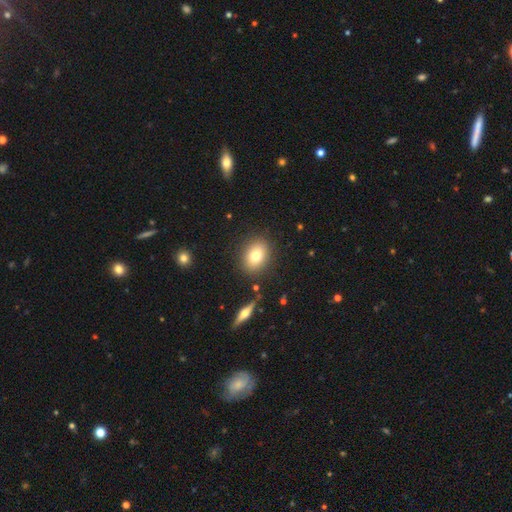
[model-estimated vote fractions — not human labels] Smooth or featured: smooth — 75% (featured or disk — 14%)
How rounded: in between — 56% (round — 42%)
Merging: none — 85% (minor disturbance — 9%)